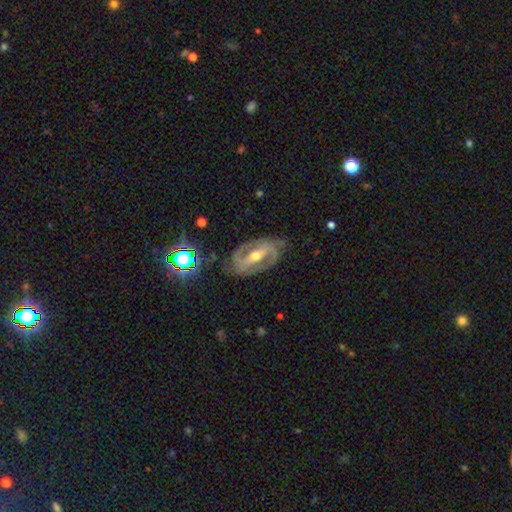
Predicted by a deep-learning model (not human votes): Overall: featured or disk (84%). Edge-on disk: no (94%). Bar: strong (54%; weak 30%). Spiral arms: yes (92%). Spiral arm count: 2 (79%). Spiral winding: medium (44%; tight 42%). Bulge size: moderate (65%; small 31%). Merging: none (77%).